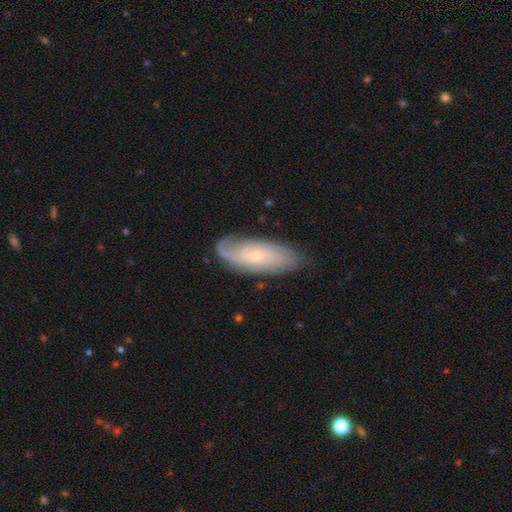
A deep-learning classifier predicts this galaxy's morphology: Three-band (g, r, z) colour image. It shows a featured or disk galaxy (66%) with no bar (74%), tight (48%) spiral arms (87%) and a small central bulge (76%). Merging: none (73%).